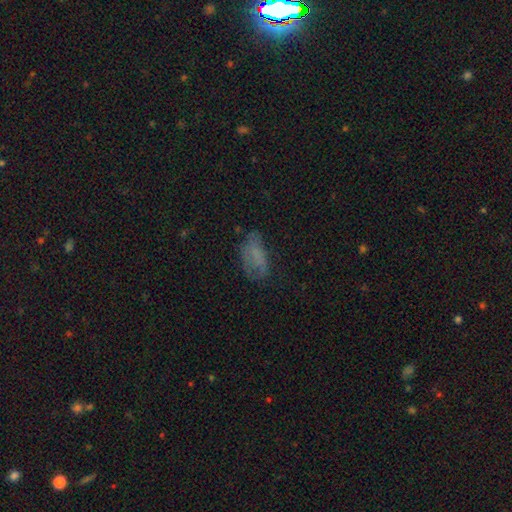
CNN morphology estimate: This appears to be a smooth galaxy with no disk features (59%) that is in between round and cigar-shaped (88%). Merging: none (47%).